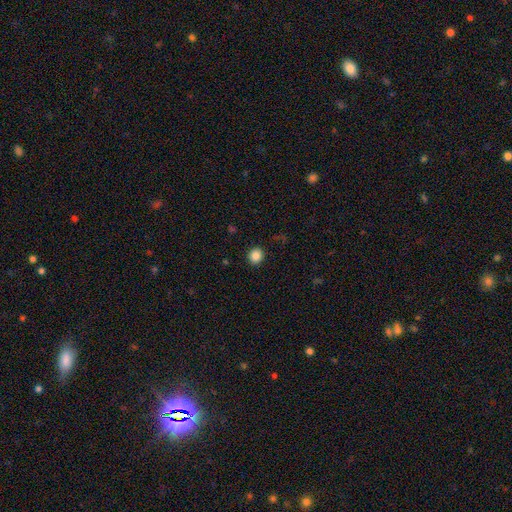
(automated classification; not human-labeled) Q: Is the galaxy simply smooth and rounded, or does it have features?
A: smooth — 85%.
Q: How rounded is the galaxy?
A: round — 84%.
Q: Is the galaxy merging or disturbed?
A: none — 91%.